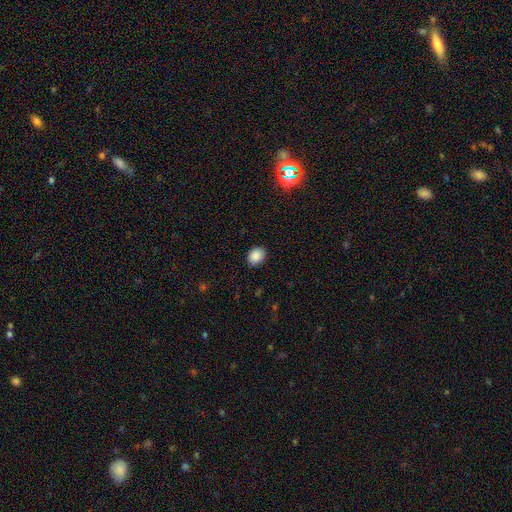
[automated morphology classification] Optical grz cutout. It shows a smooth galaxy with no disk features (88%) that is in between round and cigar-shaped (53%). Merging: none (88%).